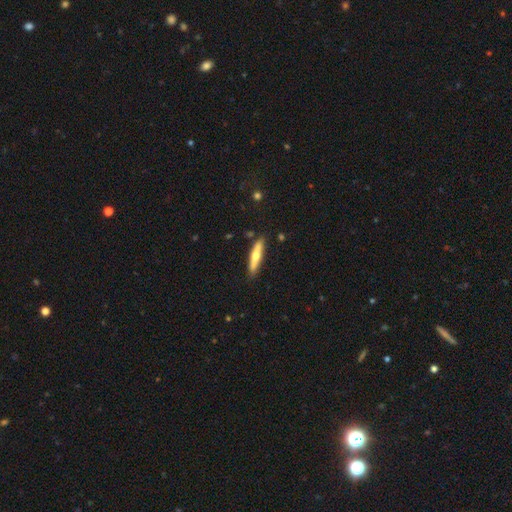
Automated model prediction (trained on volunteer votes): The model was most divided on "smooth or featured": smooth: 51%, featured or disk: 43%, star or artifact: 5%. More confident: merging — none (87%); how rounded — cigar-shaped (85%).